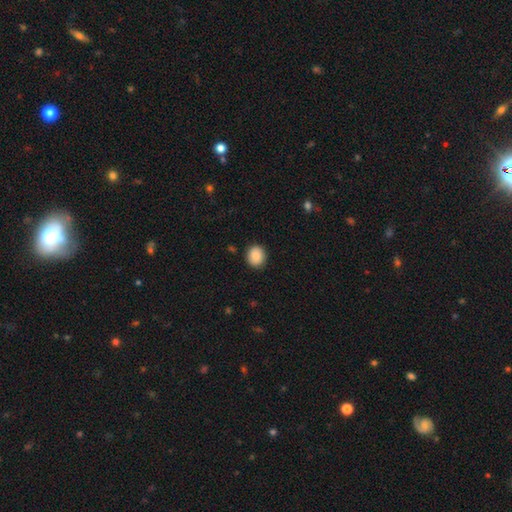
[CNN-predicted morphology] A smooth galaxy with no disk features (89%) that is round (78%).

Vote fractions:
- Smooth or featured? smooth: 89% / star or artifact: 7% / featured or disk: 4%
- How rounded? round: 78% / in between: 21% / cigar-shaped: 1%
- Merging? none: 89% / minor disturbance: 8% / major disturbance: 2% / merger: 1%